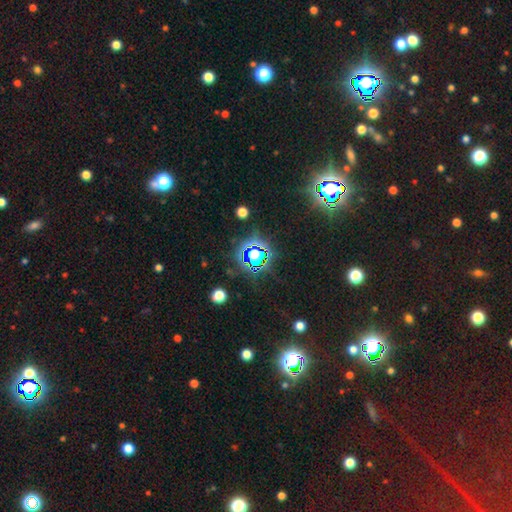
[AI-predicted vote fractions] A star or artifact, not a galaxy (72%).